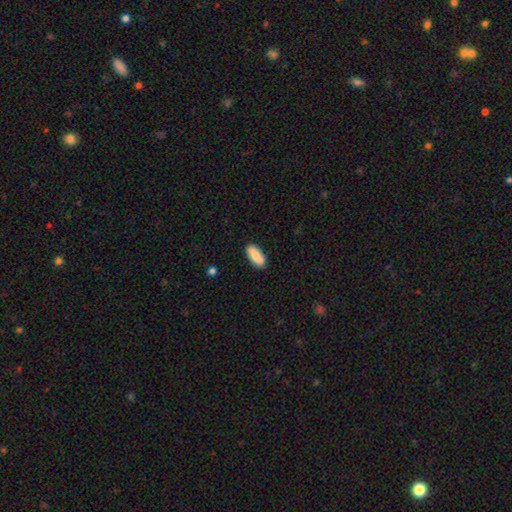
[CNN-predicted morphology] This appears to be a smooth galaxy with no disk features (82%) that is in between round and cigar-shaped (81%). Merging: none (86%).